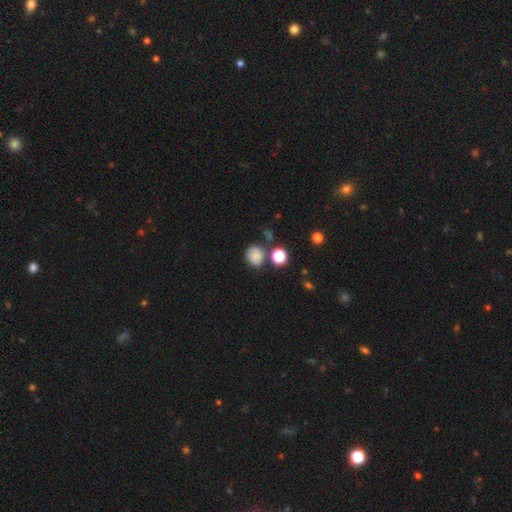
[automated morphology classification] smooth 75%, star or artifact 14%, featured or disk 11%. Down the decision tree: how rounded — round (76%); merging — none (65%).